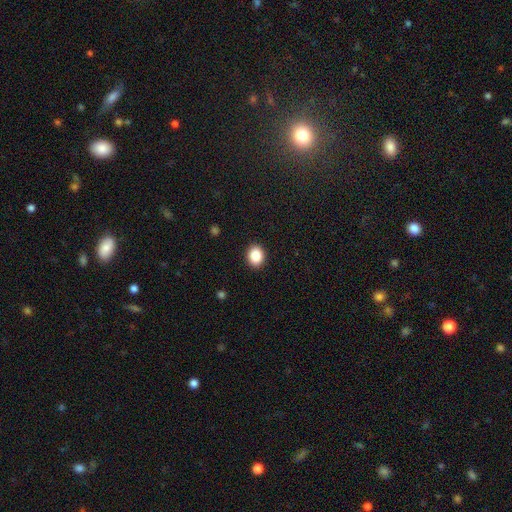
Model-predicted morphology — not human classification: smooth 86%, star or artifact 9%, featured or disk 4%. Down the decision tree: how rounded — round (50%); merging — none (91%).